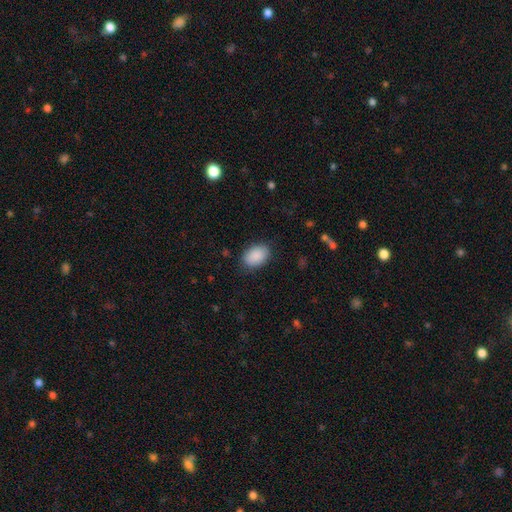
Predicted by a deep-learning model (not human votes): Overall: smooth (90%). How rounded: in between (89%). Merging: none (84%).